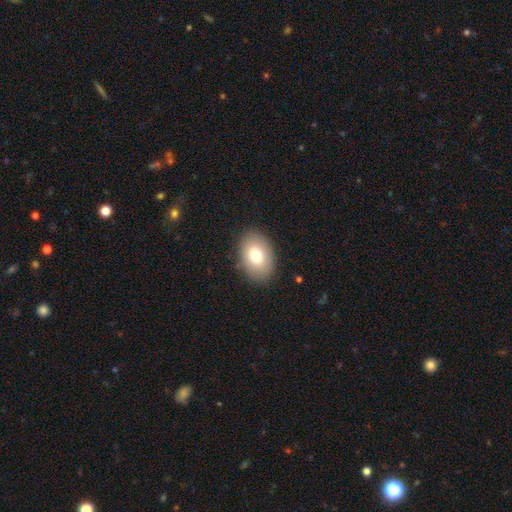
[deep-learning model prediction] This appears to be a smooth galaxy with no disk features (77%) that is in between round and cigar-shaped (86%). Merging: none (87%).